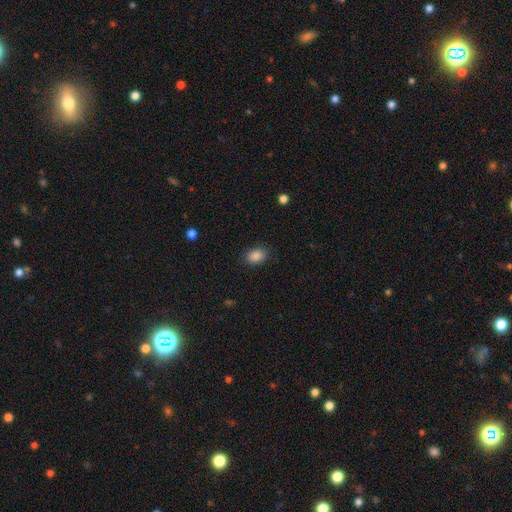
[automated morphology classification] smooth_or_featured: smooth (p=0.87) [alt: star or artifact p=0.09]
how_rounded: in between (p=0.77) [alt: round p=0.22]
merging: none (p=0.86) [alt: minor disturbance p=0.10]